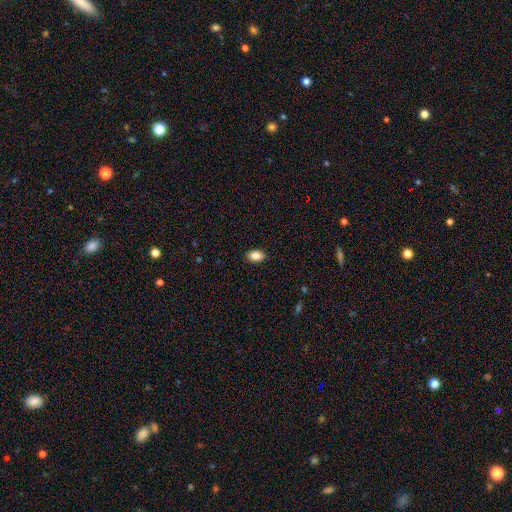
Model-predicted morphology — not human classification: smooth-or-featured: smooth: 87% | star or artifact: 8% | featured or disk: 5%
  how-rounded: in between: 89% | round: 9% | cigar-shaped: 1%
  merging: none: 90% | minor disturbance: 8% | major disturbance: 2% | merger: 1%